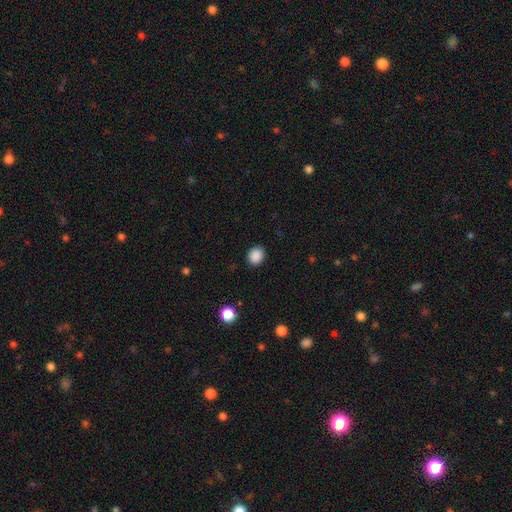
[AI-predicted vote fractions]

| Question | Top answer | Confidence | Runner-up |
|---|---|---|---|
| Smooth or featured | smooth | 88% | star or artifact (9%) |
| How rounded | round | 67% | in between (32%) |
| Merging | none | 90% | minor disturbance (7%) |